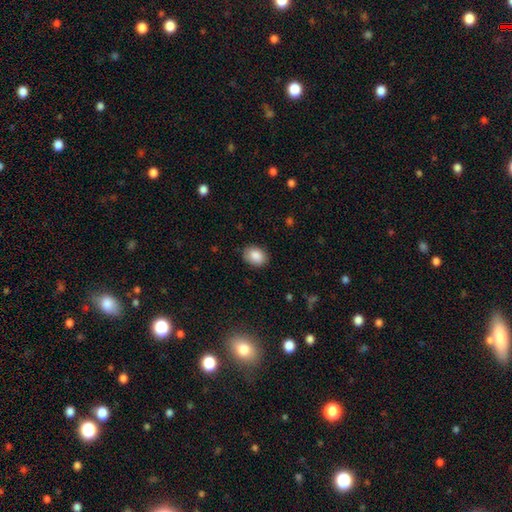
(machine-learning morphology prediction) A smooth galaxy with no disk features (88%) that is in between round and cigar-shaped (74%).

Vote fractions:
- Smooth or featured? smooth: 88% / star or artifact: 7% / featured or disk: 5%
- How rounded? in between: 74% / round: 25% / cigar-shaped: 1%
- Merging? none: 85% / minor disturbance: 12% / major disturbance: 3% / merger: 1%